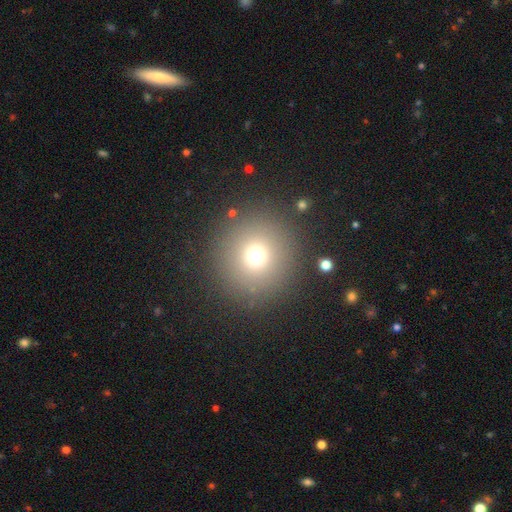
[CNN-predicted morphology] Smooth or featured?
  - smooth: 72% *
  - star or artifact: 17%
  - featured or disk: 11%
How rounded?
  - round: 96% *
  - in between: 3%
  - cigar-shaped: 1%
Merging?
  - none: 88% *
  - minor disturbance: 6%
  - major disturbance: 4%
  - merger: 2%